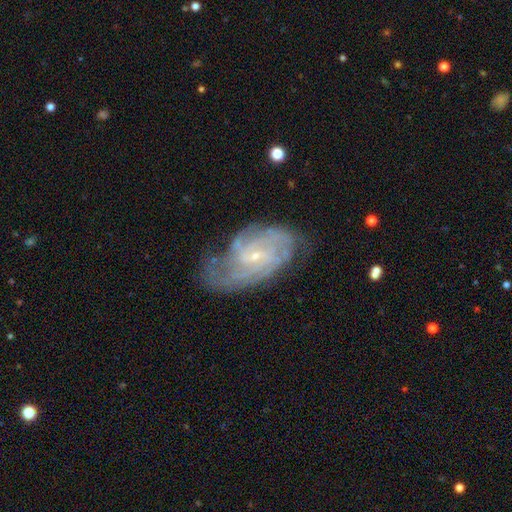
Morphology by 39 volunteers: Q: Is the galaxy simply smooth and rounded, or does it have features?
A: featured or disk — 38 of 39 (97%).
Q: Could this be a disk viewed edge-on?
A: no — 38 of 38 (100%).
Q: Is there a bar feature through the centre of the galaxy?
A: weak — 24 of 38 (63%).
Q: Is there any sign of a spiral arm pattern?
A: yes — 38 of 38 (100%).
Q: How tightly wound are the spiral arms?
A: tight — 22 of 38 (58%).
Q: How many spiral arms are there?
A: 2 — 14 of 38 (37%).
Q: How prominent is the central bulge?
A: small — 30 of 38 (79%).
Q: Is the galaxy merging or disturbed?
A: none — 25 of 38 (66%).